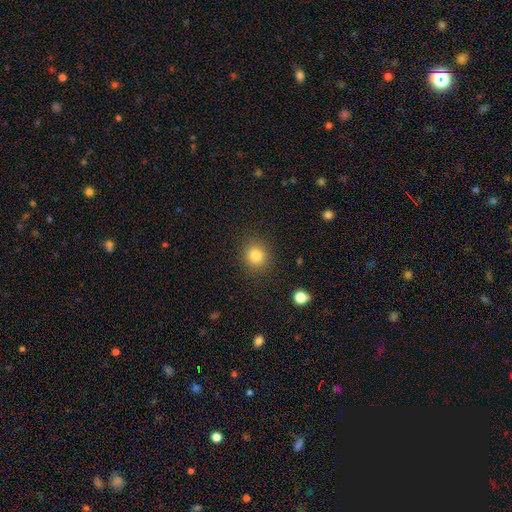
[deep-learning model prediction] A smooth galaxy with no disk features (82%) that is round (85%).

Vote fractions:
- Smooth or featured? smooth: 82% / star or artifact: 12% / featured or disk: 6%
- How rounded? round: 85% / in between: 14% / cigar-shaped: 1%
- Merging? none: 89% / minor disturbance: 7% / major disturbance: 3% / merger: 1%